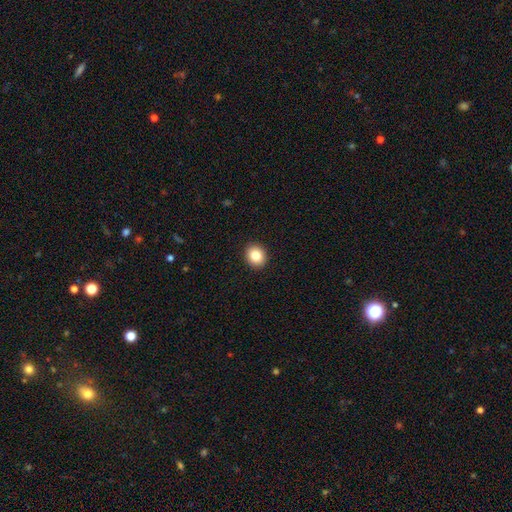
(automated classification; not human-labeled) A smooth galaxy with no disk features (84%) that is round (70%).

Vote fractions:
- Smooth or featured? smooth: 84% / star or artifact: 9% / featured or disk: 7%
- How rounded? round: 70% / in between: 29% / cigar-shaped: 1%
- Merging? none: 92% / minor disturbance: 5% / major disturbance: 2% / merger: 1%